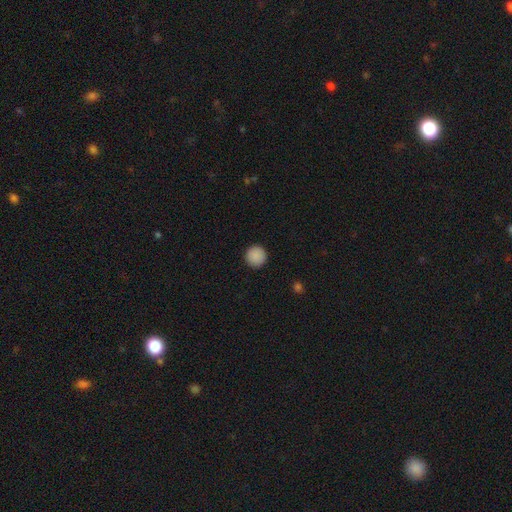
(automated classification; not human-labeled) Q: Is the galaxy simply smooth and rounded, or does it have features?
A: smooth — 89%.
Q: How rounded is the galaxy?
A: round — 96%.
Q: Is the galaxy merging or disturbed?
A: none — 93%.